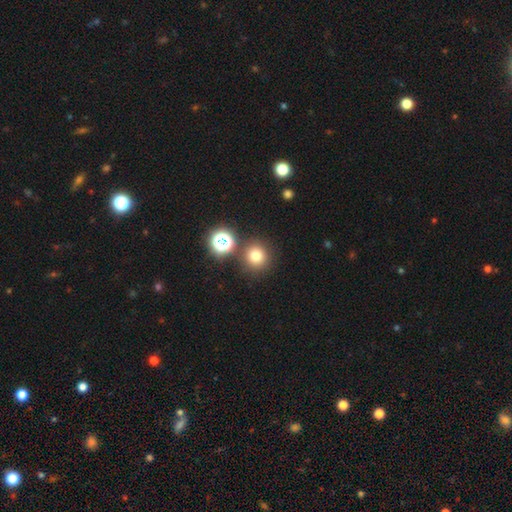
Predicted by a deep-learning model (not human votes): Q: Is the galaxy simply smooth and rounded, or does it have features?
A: smooth — 74%.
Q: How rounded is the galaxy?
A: round — 92%.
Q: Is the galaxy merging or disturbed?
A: none — 81%.